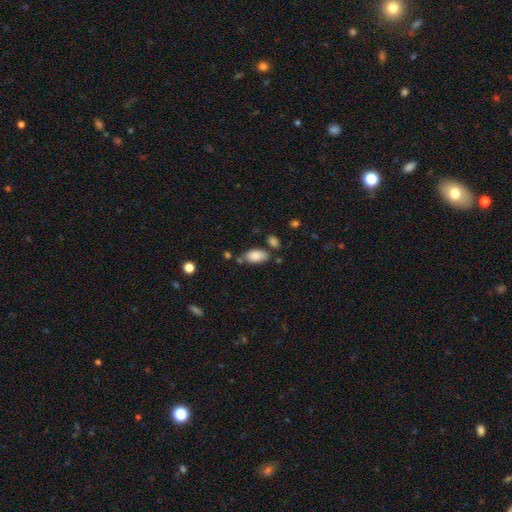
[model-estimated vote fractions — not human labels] A smooth galaxy with no disk features (86%) that is in between round and cigar-shaped (93%). Merging: none (68%).